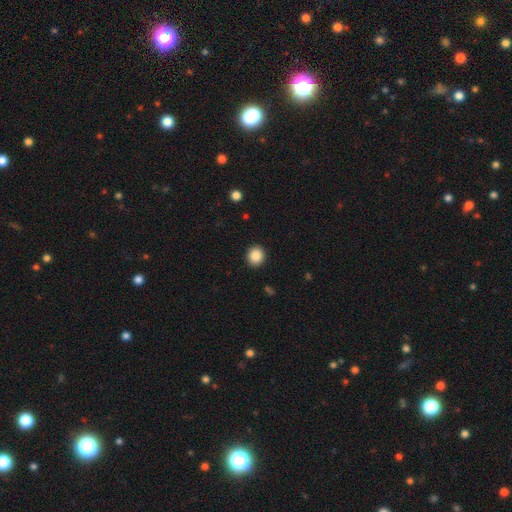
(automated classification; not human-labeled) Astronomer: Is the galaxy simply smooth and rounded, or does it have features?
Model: smooth — 88%.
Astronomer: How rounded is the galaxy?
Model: round — 82%.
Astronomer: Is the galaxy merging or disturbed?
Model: none — 91%.